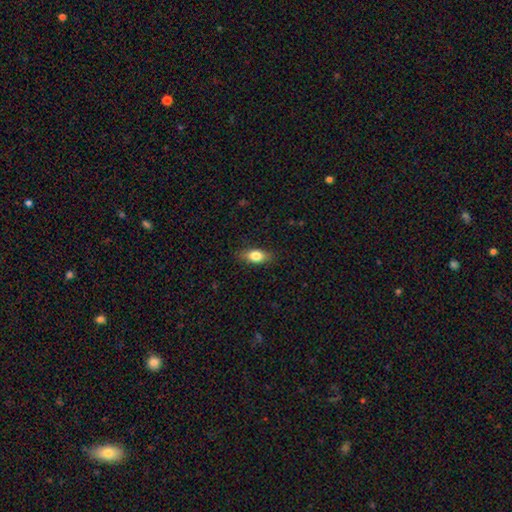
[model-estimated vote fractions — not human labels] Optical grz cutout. It shows a smooth galaxy with no disk features (79%) that is in between round and cigar-shaped (82%). Merging: none (84%).